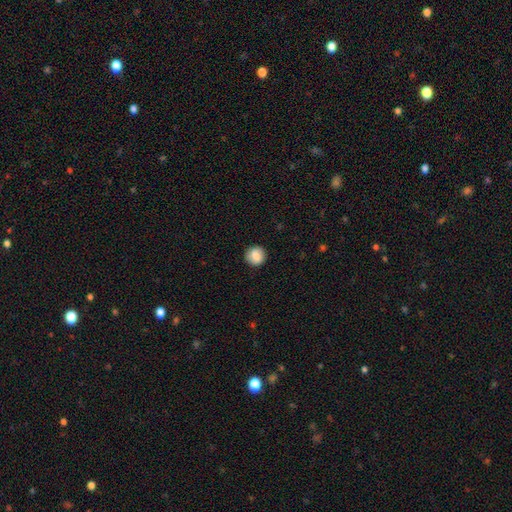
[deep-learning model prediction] Q: Smooth or featured?
A: smooth (80%); runner-up: featured or disk (12%)
Q: How rounded?
A: round (90%); runner-up: in between (9%)
Q: Merging?
A: none (88%); runner-up: minor disturbance (8%)